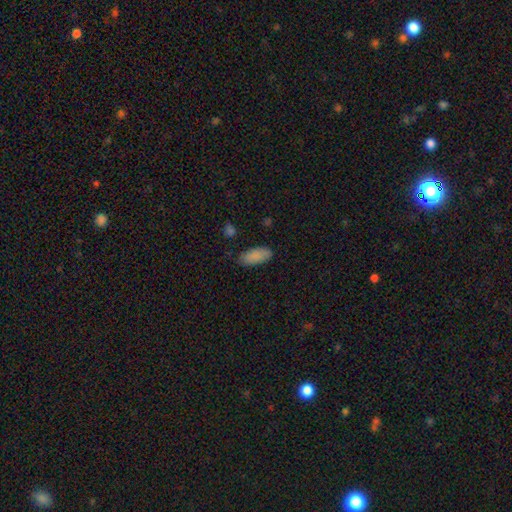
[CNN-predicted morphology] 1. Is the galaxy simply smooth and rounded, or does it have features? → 88% smooth, 7% star or artifact, 5% featured or disk.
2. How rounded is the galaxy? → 84% in between, 14% cigar-shaped, 2% round.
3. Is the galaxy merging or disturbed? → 83% none, 13% minor disturbance, 3% major disturbance, 2% merger.